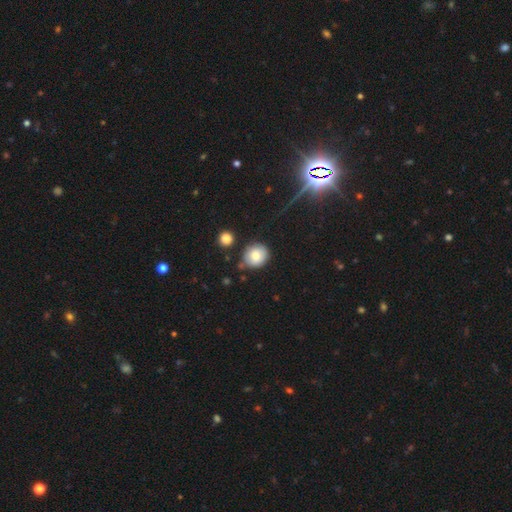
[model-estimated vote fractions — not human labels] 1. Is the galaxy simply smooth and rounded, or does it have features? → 77% smooth, 13% featured or disk, 10% star or artifact.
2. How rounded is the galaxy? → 83% round, 16% in between, 1% cigar-shaped.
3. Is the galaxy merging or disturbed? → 74% none, 16% minor disturbance, 6% merger, 4% major disturbance.